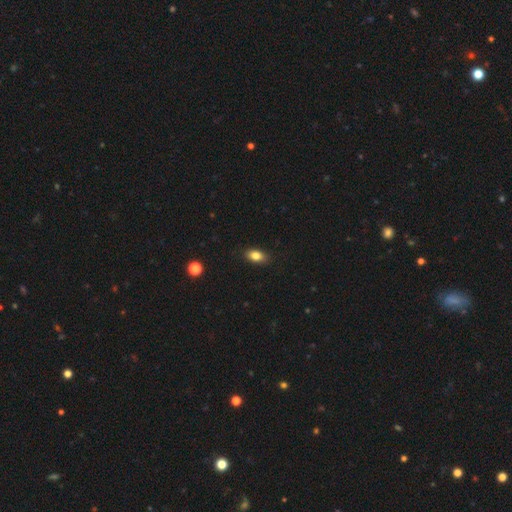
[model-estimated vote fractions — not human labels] This is clearly a smooth galaxy (82%). How rounded: clearly in between (86%). Merging: clearly none (87%).